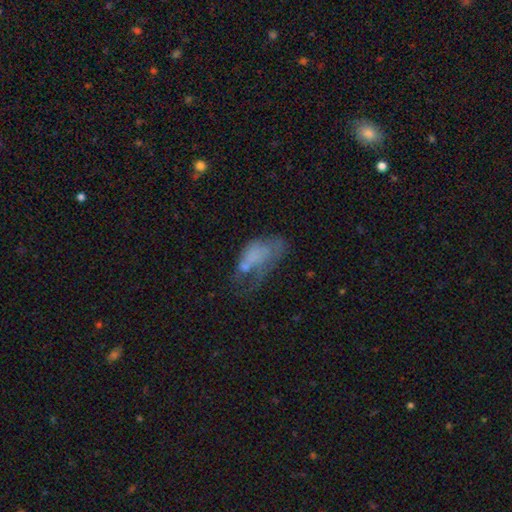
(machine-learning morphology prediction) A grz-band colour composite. It shows a smooth galaxy with no disk features (51%) that is in between round and cigar-shaped (90%). Merging: major disturbance (45%).